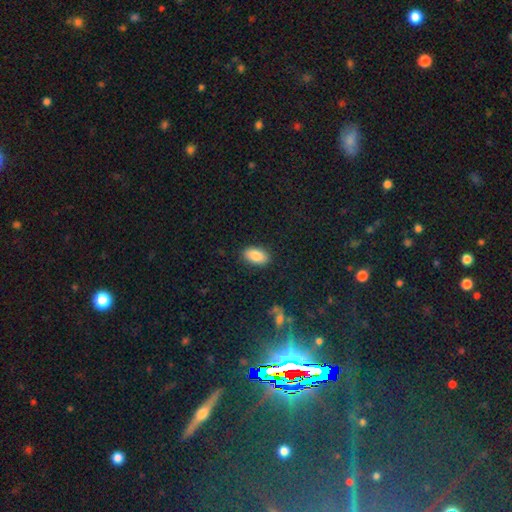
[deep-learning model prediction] smooth_or_featured: smooth (p=0.85) [alt: star or artifact p=0.08]
how_rounded: in between (p=0.92) [alt: round p=0.05]
merging: none (p=0.88) [alt: minor disturbance p=0.09]